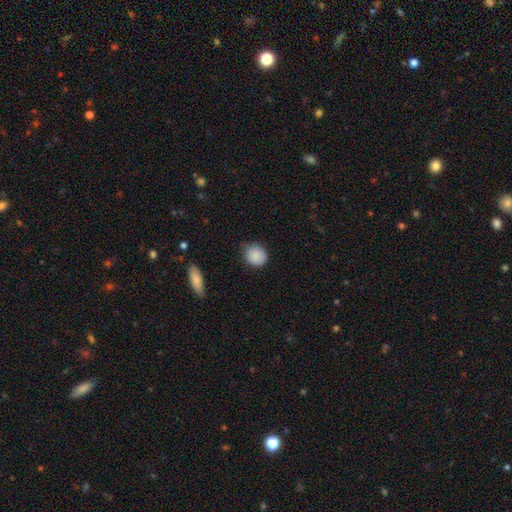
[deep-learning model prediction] Overall: smooth (88%). How rounded: round (81%). Merging: none (79%).